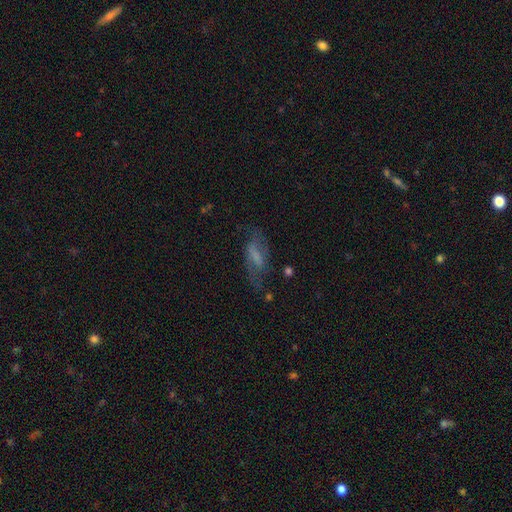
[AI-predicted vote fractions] A featured or disk galaxy (55%).

Vote fractions:
- Smooth or featured? featured or disk: 55% / smooth: 33% / star or artifact: 11%
- Edge-on disk? no: 88% / yes: 12%
- Merging? none: 58% / minor disturbance: 21% / major disturbance: 19% / merger: 2%